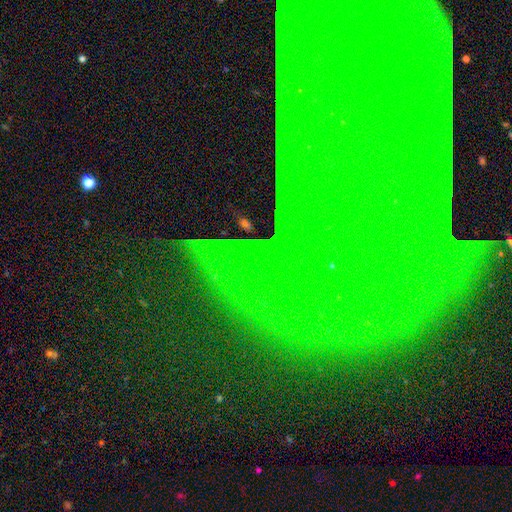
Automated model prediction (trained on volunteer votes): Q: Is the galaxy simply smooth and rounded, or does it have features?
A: star or artifact — 82%.